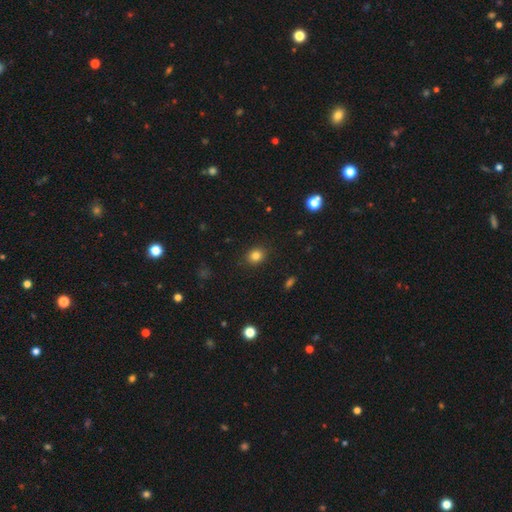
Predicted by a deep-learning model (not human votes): This appears to be a smooth galaxy with no disk features (83%) that is round (67%). Merging: none (88%).